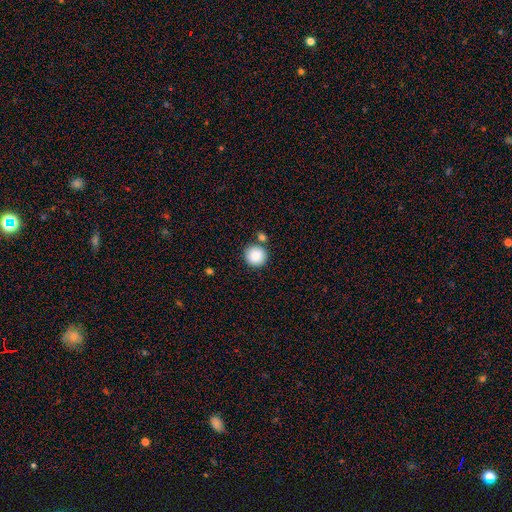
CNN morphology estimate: Overall: smooth (87%). How rounded: round (94%). Merging: none (78%).